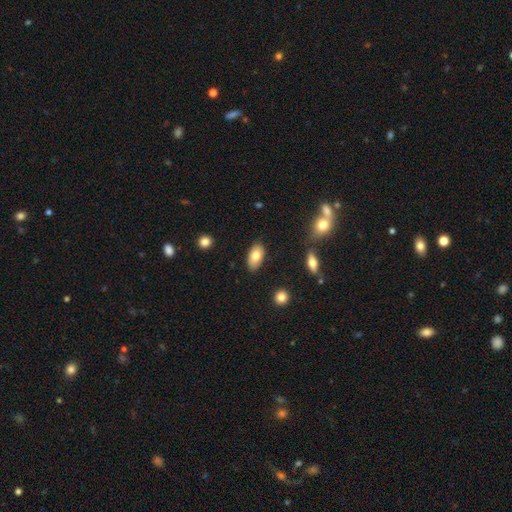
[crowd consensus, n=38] Smooth or featured: smooth — 82% (featured or disk — 11%)
How rounded: in between — 97% (cigar-shaped — 3%)
Merging: none — 83% (minor disturbance — 14%)